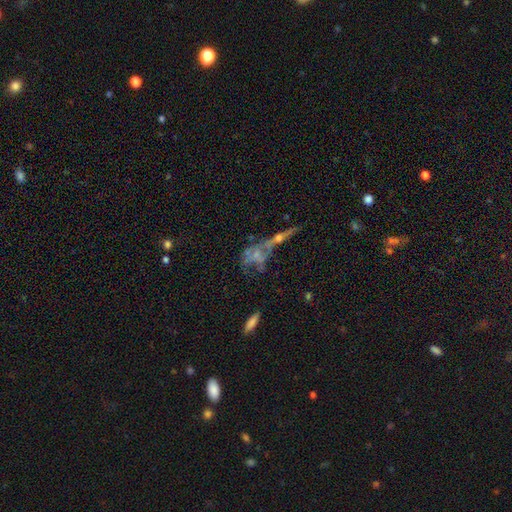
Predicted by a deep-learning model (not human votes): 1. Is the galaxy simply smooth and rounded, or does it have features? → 57% featured or disk, 29% smooth, 15% star or artifact.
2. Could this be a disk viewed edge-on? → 82% no, 18% yes.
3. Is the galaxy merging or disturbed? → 44% merger, 23% none, 21% major disturbance, 12% minor disturbance.